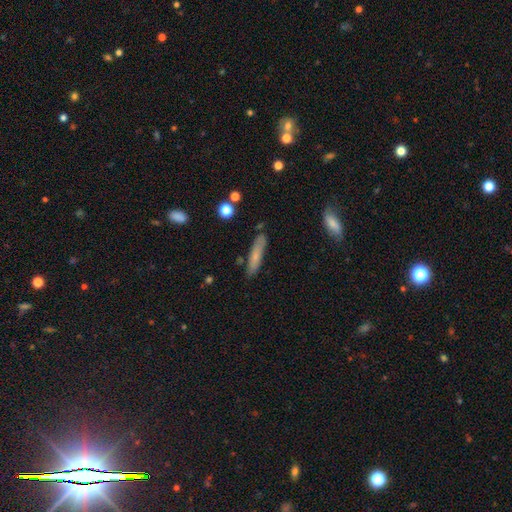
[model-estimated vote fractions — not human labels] Overall: smooth (67%). How rounded: cigar-shaped (85%). Merging: none (80%).